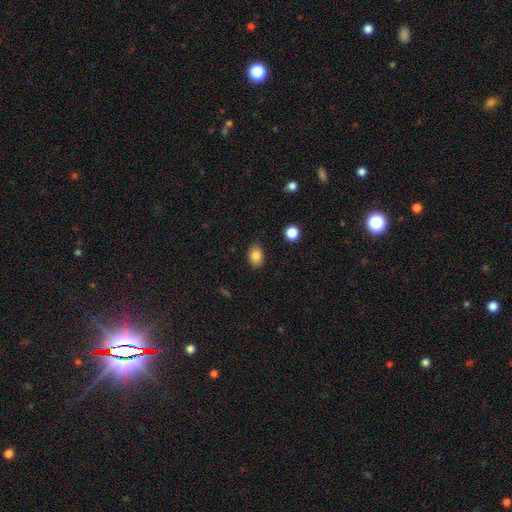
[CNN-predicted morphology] Smooth or featured: smooth — 85% (star or artifact — 10%)
How rounded: in between — 75% (round — 24%)
Merging: none — 84% (minor disturbance — 12%)